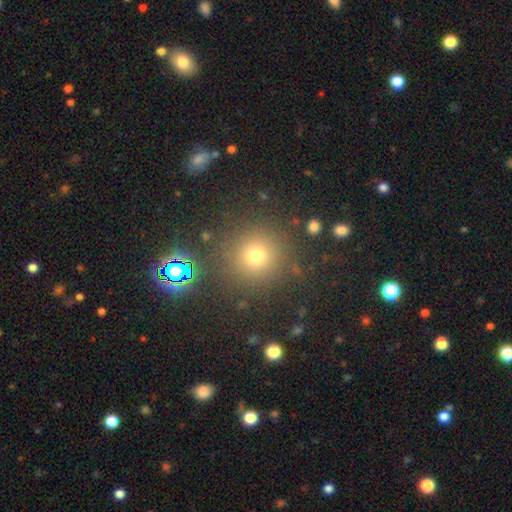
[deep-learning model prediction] Smooth or featured? smooth (71%)
How rounded? round (94%)
Merging? none (85%)